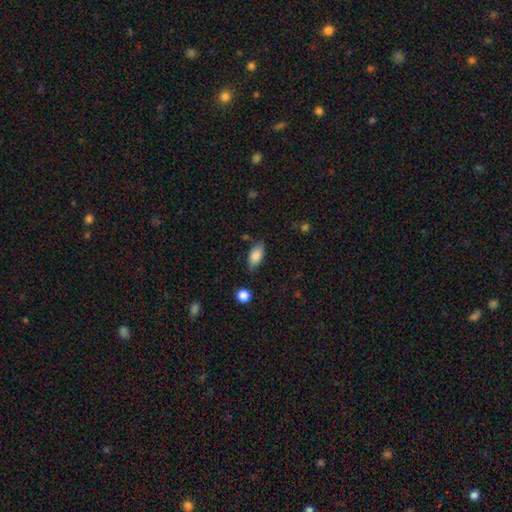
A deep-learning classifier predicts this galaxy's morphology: smooth_or_featured: smooth (p=0.84) [alt: featured or disk p=0.08]
how_rounded: in between (p=0.90) [alt: cigar-shaped p=0.07]
merging: none (p=0.78) [alt: minor disturbance p=0.16]